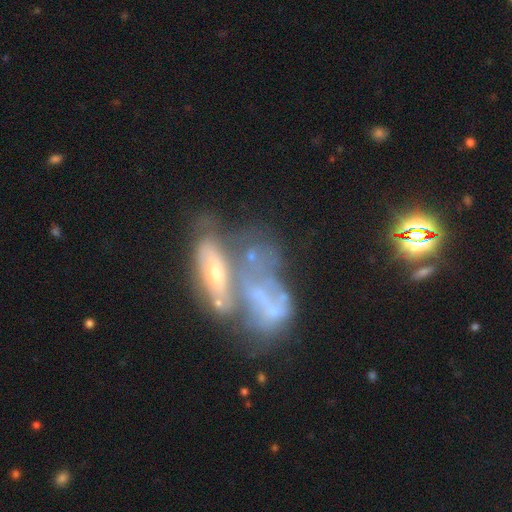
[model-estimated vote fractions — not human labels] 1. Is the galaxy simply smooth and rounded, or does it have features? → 54% featured or disk, 33% smooth, 13% star or artifact.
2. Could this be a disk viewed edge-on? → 85% no, 15% yes.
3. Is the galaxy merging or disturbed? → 59% merger, 17% major disturbance, 15% none, 9% minor disturbance.